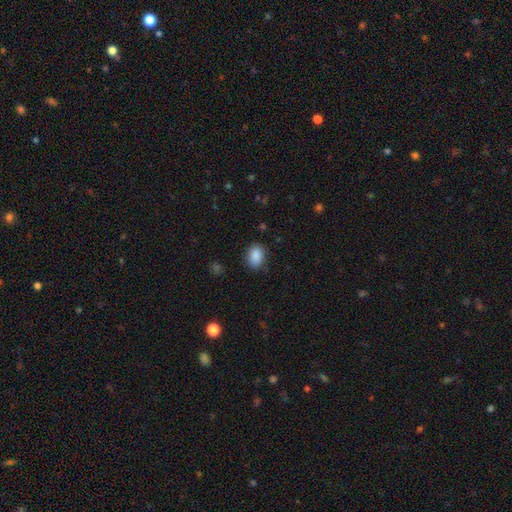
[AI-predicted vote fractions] Morphology: type=smooth (88%); roundness=in between (71%); merging=none (84%).